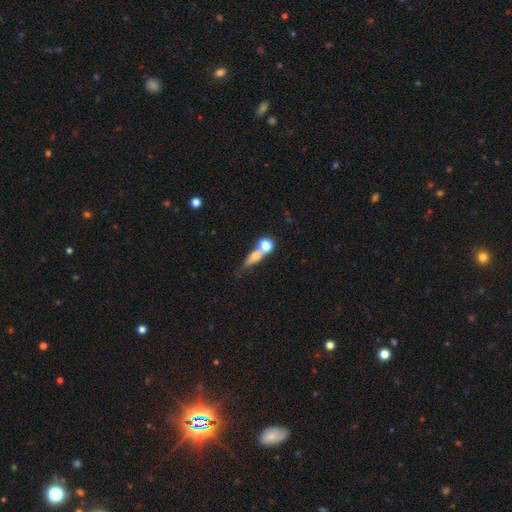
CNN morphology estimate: smooth 63%, featured or disk 23%, star or artifact 14%. Down the decision tree: how rounded — round (39%); merging — none (39%, tied with merger).